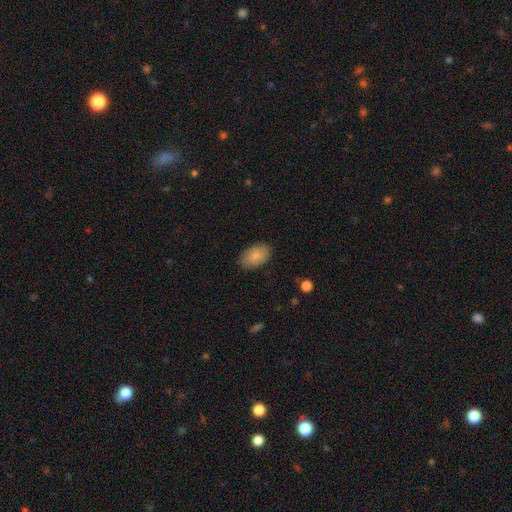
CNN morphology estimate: A smooth galaxy with no disk features (86%) that is in between round and cigar-shaped (92%). Merging: none (84%).